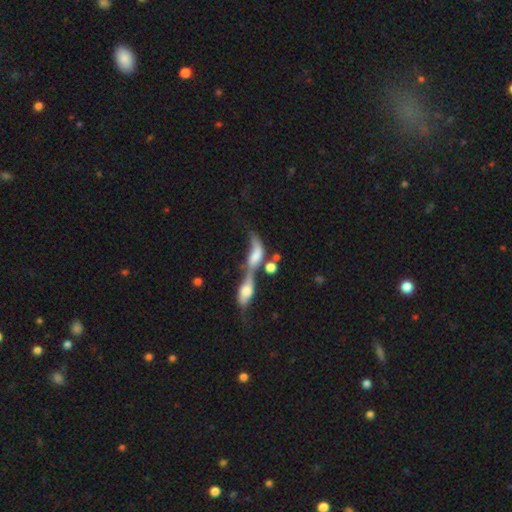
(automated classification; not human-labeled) Overall: featured or disk (45%; smooth 44%). Merging: merger (73%).